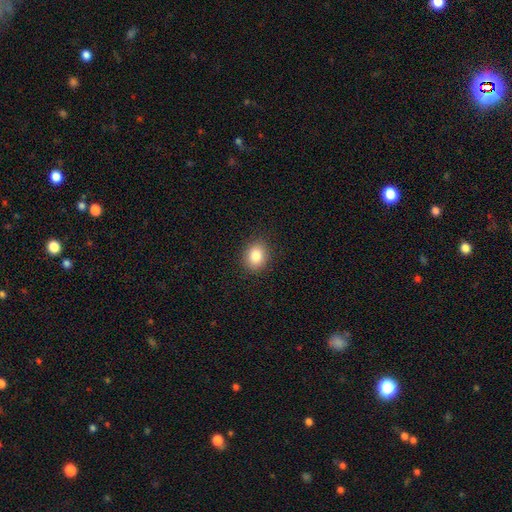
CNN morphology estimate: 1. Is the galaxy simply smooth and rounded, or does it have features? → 85% smooth, 9% star or artifact, 6% featured or disk.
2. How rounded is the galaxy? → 50% in between, 49% round, 1% cigar-shaped.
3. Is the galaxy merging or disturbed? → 88% none, 8% minor disturbance, 2% major disturbance, 1% merger.